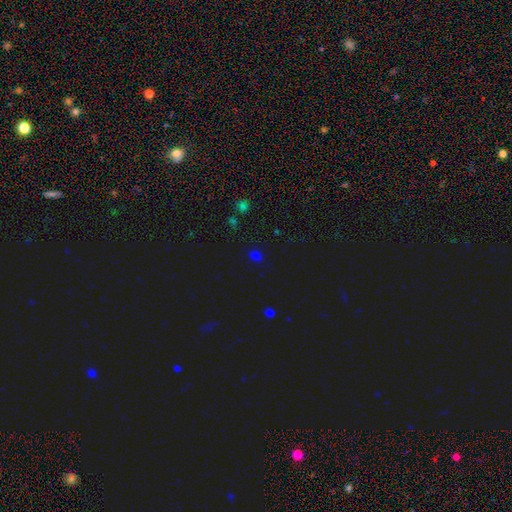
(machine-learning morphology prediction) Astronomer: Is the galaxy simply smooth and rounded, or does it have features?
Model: smooth — 62%.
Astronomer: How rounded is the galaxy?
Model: in between — 55% (runner-up: round, 43%).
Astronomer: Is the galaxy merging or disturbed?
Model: none — 83%.